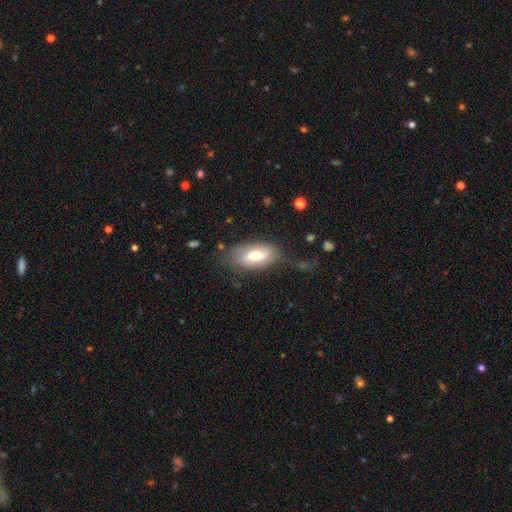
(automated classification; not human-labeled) smooth 54%, featured or disk 39%, star or artifact 6%. Down the decision tree: how rounded — in between (91%); merging — none (66%).